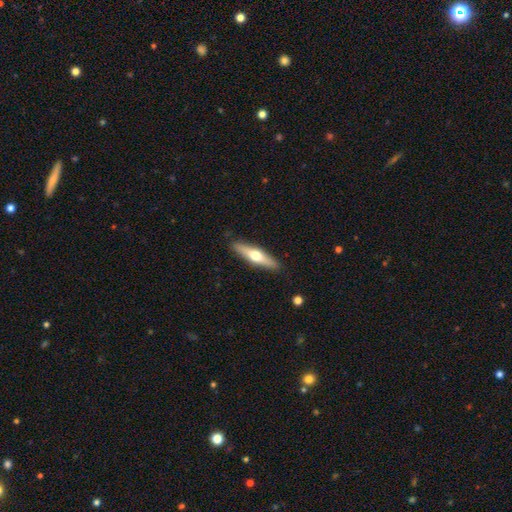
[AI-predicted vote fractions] Smooth or featured? Predicted: featured or disk (p=0.49). Merging? Predicted: none (p=0.89).